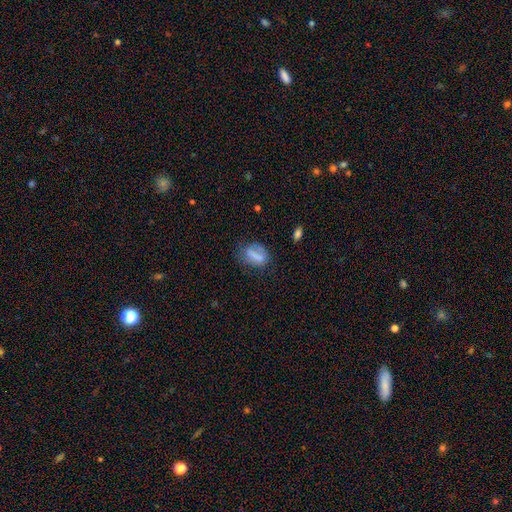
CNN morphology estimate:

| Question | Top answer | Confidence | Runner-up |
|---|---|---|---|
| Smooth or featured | smooth | 63% | featured or disk (26%) |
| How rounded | in between | 64% | round (20%) |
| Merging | none | 54% | minor disturbance (25%) |